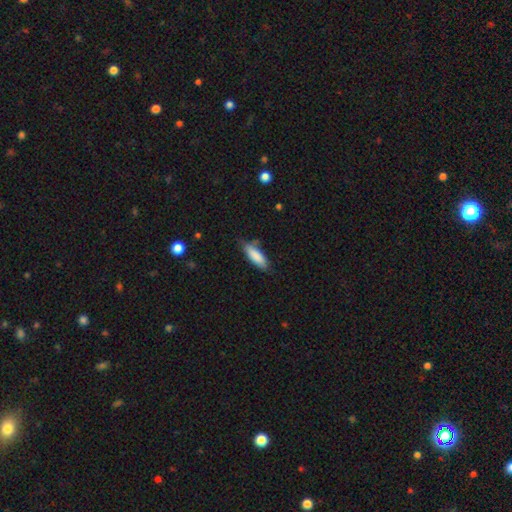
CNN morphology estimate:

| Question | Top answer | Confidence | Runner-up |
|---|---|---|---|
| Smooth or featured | smooth | 85% | featured or disk (9%) |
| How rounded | in between | 57% | cigar-shaped (41%) |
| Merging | none | 69% | minor disturbance (23%) |